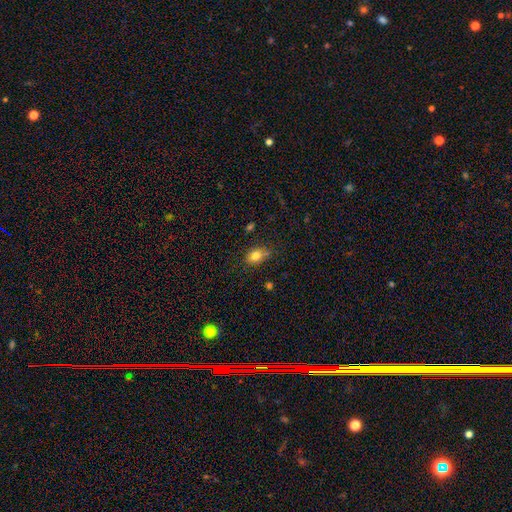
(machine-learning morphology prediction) type=smooth (81%); roundness=in between (62%); merging=none (66%).